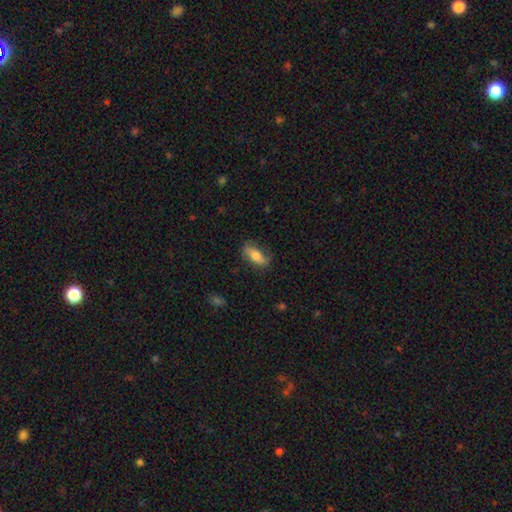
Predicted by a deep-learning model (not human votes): Overall: smooth (66%; featured or disk 27%). How rounded: in between (73%). Merging: none (75%).